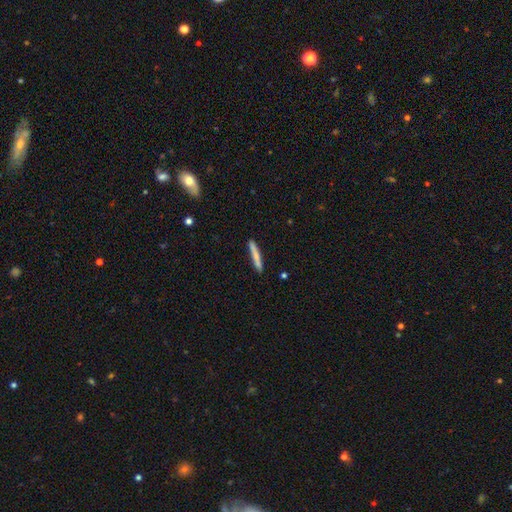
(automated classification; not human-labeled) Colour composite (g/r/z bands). It shows a smooth galaxy with no disk features (71%) that is cigar-shaped (95%). Merging: none (88%).